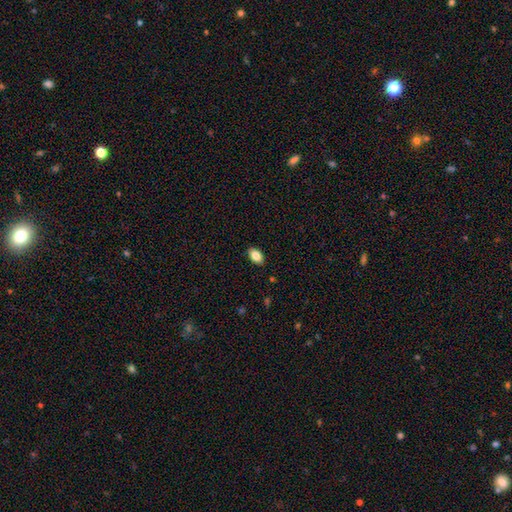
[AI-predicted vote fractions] The model was most divided on "smooth or featured": smooth: 85%, star or artifact: 8%, featured or disk: 7%. More confident: how rounded — in between (91%); merging — none (88%).